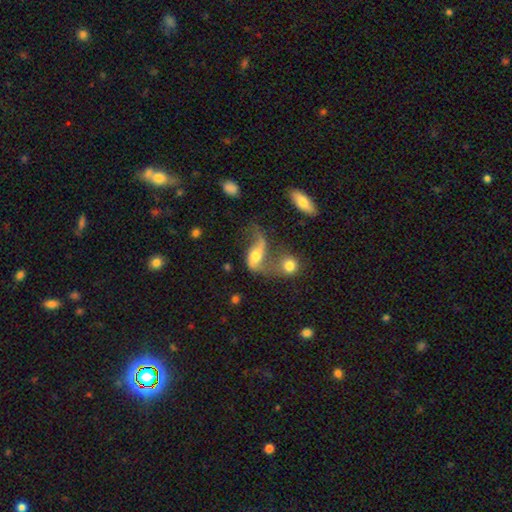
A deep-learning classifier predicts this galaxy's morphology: smooth_or_featured: featured or disk (p=0.62) [alt: smooth p=0.28]
disk_edge_on: no (p=0.92) [alt: yes p=0.08]
bar: no (p=0.51) [alt: weak p=0.34]
has_spiral_arms: yes (p=0.83) [alt: no p=0.17]
bulge_size: moderate (p=0.59) [alt: small p=0.20]
merging: merger (p=0.48) [alt: major disturbance p=0.22]